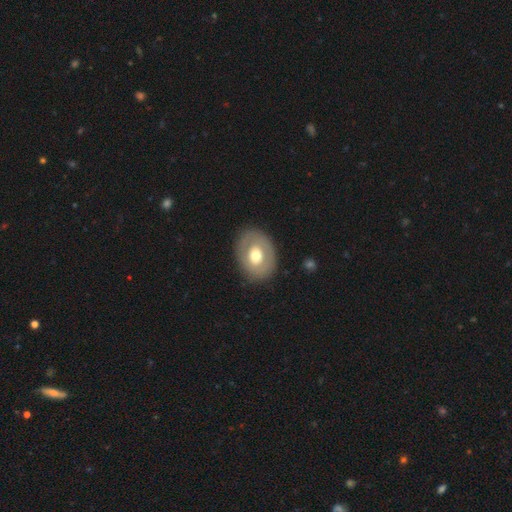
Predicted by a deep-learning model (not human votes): A smooth galaxy with no disk features (51%) that is in between round and cigar-shaped (65%).

Vote fractions:
- Smooth or featured? smooth: 51% / featured or disk: 44% / star or artifact: 6%
- How rounded? in between: 65% / round: 34% / cigar-shaped: 1%
- Merging? none: 83% / minor disturbance: 12% / major disturbance: 5% / merger: 1%